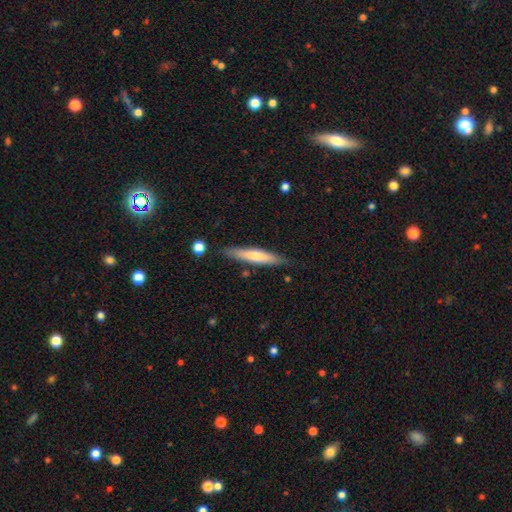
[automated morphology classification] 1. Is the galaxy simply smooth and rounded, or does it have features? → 51% smooth, 42% featured or disk, 6% star or artifact.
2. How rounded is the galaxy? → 91% cigar-shaped, 8% in between, 1% round.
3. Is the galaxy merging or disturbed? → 85% none, 11% minor disturbance, 2% merger, 2% major disturbance.